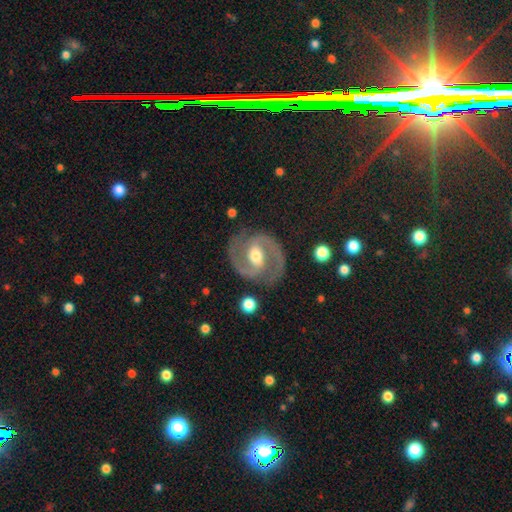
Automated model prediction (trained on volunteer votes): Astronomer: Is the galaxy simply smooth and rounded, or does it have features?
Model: featured or disk — 92%.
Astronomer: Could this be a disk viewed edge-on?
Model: no — 98%.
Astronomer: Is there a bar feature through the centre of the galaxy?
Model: weak — 47% (runner-up: strong, 30%).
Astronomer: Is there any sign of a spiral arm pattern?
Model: yes — 98%.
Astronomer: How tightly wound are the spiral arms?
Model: medium — 61%.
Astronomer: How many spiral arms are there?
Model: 2 — 94%.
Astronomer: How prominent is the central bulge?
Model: moderate — 71%.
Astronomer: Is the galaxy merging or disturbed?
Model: none — 83%.